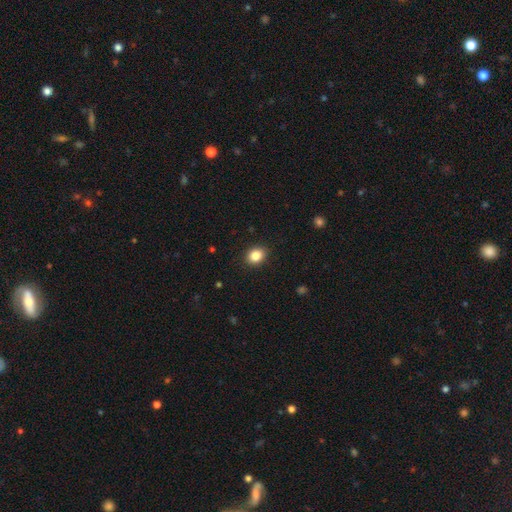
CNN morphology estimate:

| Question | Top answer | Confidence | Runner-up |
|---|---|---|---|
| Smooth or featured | smooth | 85% | star or artifact (10%) |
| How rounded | in between | 50% | round (49%) |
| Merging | none | 90% | minor disturbance (7%) |